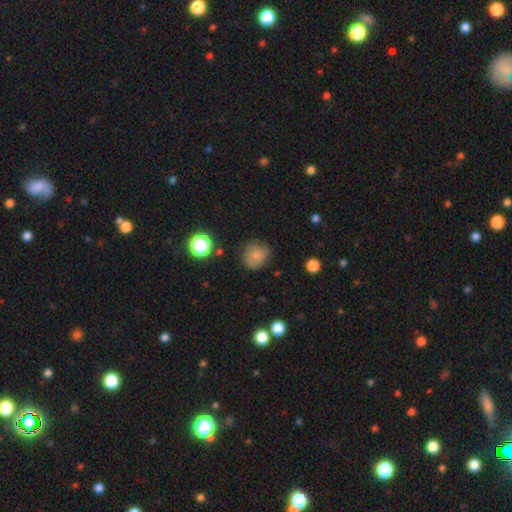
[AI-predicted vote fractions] This is likely a smooth galaxy (79%). How rounded: clearly round (83%). Merging: likely none (74%).